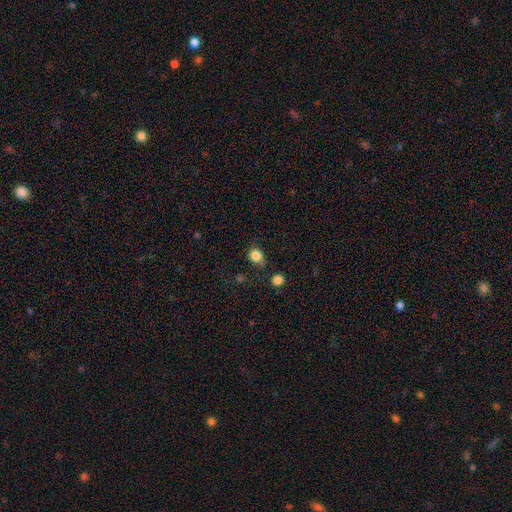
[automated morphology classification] smooth 83%, star or artifact 11%, featured or disk 6%. Down the decision tree: how rounded — round (70%); merging — none (65%).